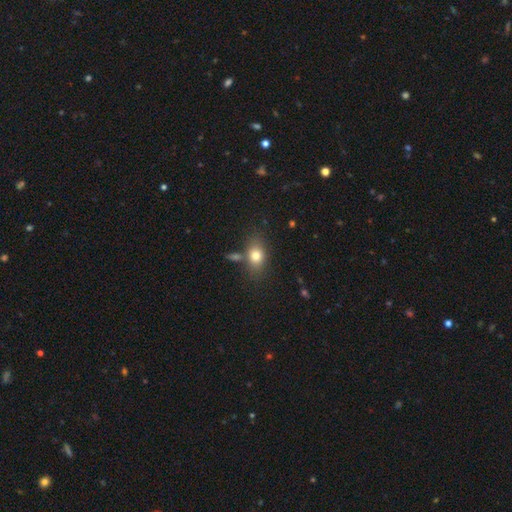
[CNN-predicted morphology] Smooth or featured? smooth (77%)
How rounded? in between (73%)
Merging? none (68%)